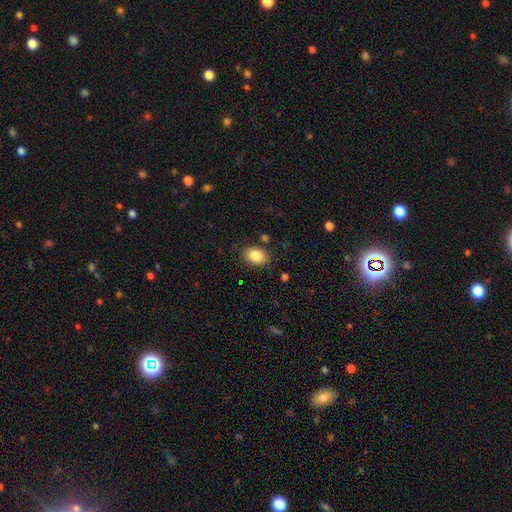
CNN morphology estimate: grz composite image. It shows a smooth galaxy with no disk features (85%) that is in between round and cigar-shaped (76%). Merging: none (84%).